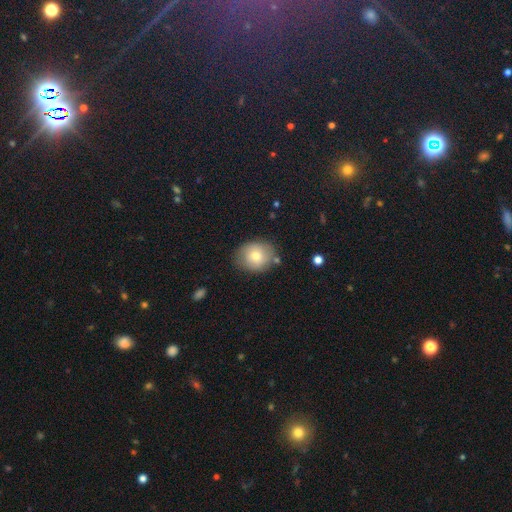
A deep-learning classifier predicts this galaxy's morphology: smooth_or_featured: smooth (p=0.73) [alt: featured or disk p=0.18]
how_rounded: round (p=0.69) [alt: in between p=0.30]
merging: none (p=0.75) [alt: minor disturbance p=0.17]